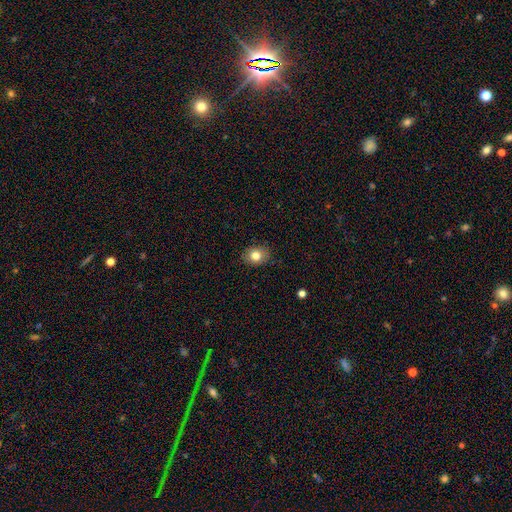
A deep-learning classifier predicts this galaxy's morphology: type=smooth (81%); roundness=in between (51%); merging=none (86%).